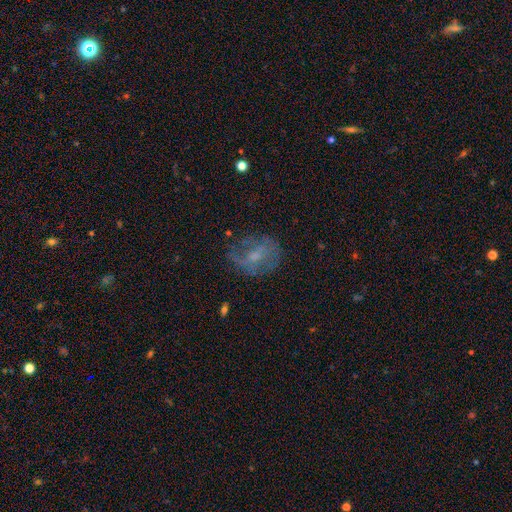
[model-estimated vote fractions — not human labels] Smooth or featured: featured or disk — 52% (smooth — 37%)
Edge-on disk: no — 96% (yes — 4%)
Merging: none — 56% (minor disturbance — 23%)